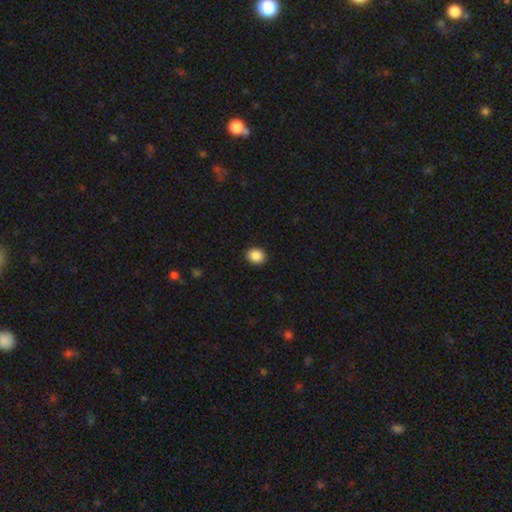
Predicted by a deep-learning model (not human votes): This is clearly a smooth galaxy (89%). How rounded: possibly round (51%). Merging: clearly none (91%).